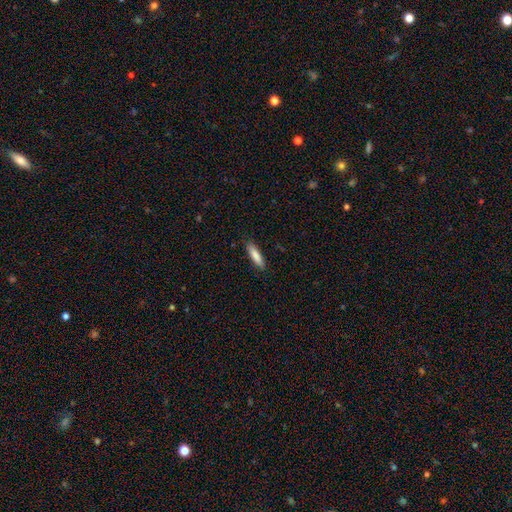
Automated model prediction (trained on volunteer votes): smooth 83%, featured or disk 11%, star or artifact 6%. Down the decision tree: how rounded — cigar-shaped (76%); merging — none (87%).